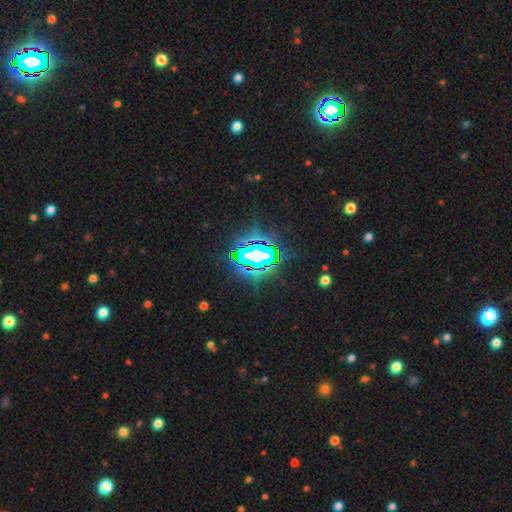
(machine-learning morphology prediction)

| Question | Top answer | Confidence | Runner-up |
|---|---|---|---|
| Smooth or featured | star or artifact | 76% | featured or disk (13%) |